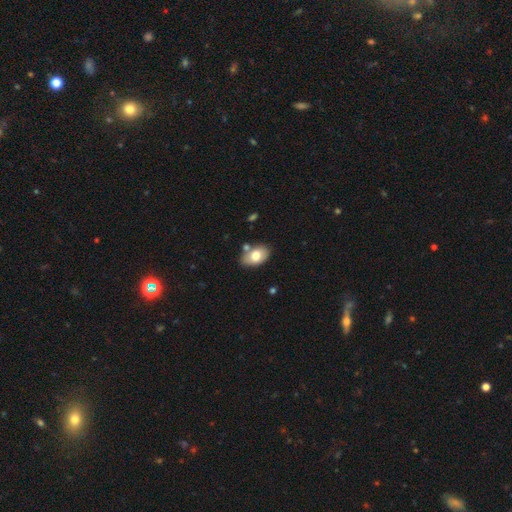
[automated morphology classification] A smooth galaxy with no disk features (75%) that is in between round and cigar-shaped (89%).

Vote fractions:
- Smooth or featured? smooth: 75% / featured or disk: 18% / star or artifact: 7%
- How rounded? in between: 89% / round: 9% / cigar-shaped: 1%
- Merging? none: 71% / minor disturbance: 15% / merger: 10% / major disturbance: 3%